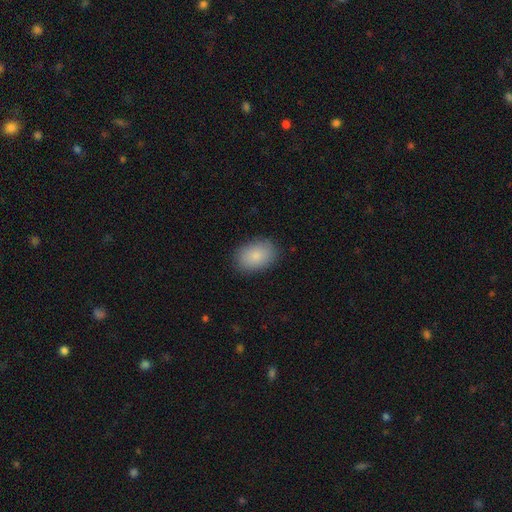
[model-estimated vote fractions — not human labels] A smooth galaxy with no disk features (86%) that is in between round and cigar-shaped (83%). Merging: none (87%).